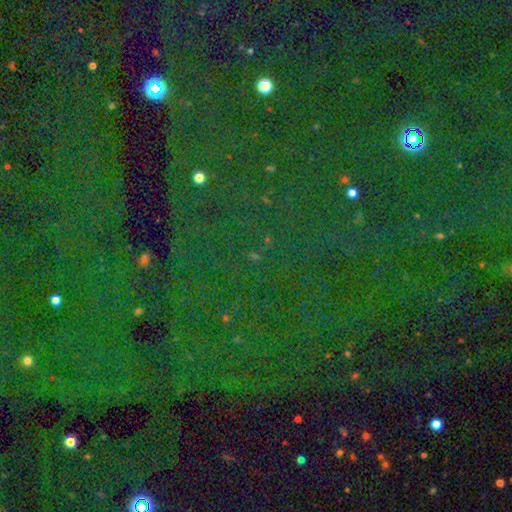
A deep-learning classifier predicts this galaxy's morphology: smooth_or_featured: star or artifact (p=0.84) [alt: smooth p=0.09]